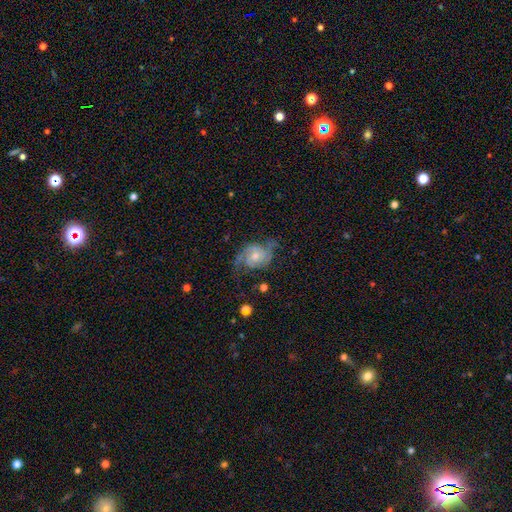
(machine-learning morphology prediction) This is likely a featured or disk galaxy (76%). It is clearly not viewed edge-on (97%). Bar: likely no (72%). Spiral arm pattern: clearly yes (92%). Spiral arm count: likely 2 (76%). Spiral winding: marginally medium (42%). Central bulge: possibly moderate (51%). Merging: possibly none (51%).